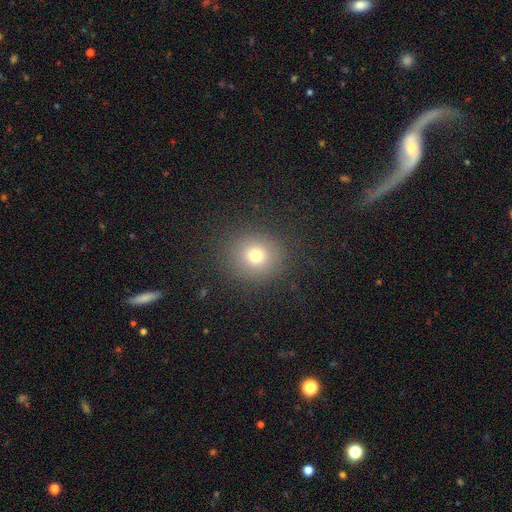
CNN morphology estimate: Smooth or featured?
  - smooth: 72% *
  - star or artifact: 17%
  - featured or disk: 11%
How rounded?
  - round: 86% *
  - in between: 13%
  - cigar-shaped: 1%
Merging?
  - none: 87% *
  - minor disturbance: 8%
  - major disturbance: 4%
  - merger: 1%